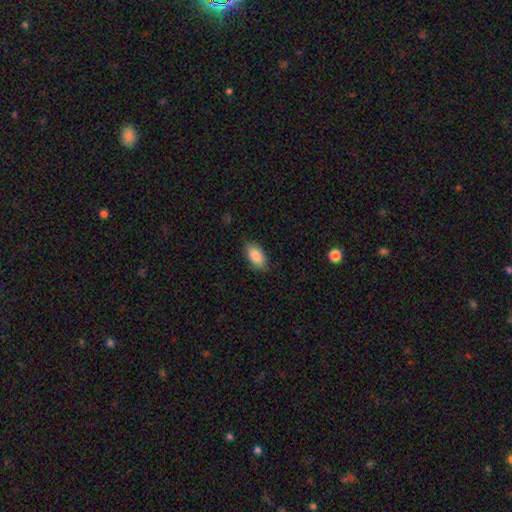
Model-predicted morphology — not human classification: A smooth galaxy with no disk features (87%) that is in between round and cigar-shaped (93%). Merging: none (84%).